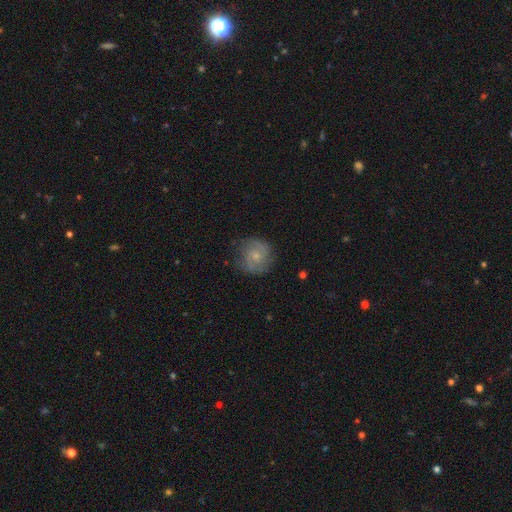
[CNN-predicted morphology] Smooth or featured?
  - featured or disk: 53% *
  - smooth: 39%
  - star or artifact: 8%
Edge-on disk?
  - no: 97% *
  - yes: 3%
Bar?
  - no: 75% *
  - weak: 21%
  - strong: 3%
Spiral arms?
  - yes: 82% *
  - no: 18%
Bulge size?
  - small: 65% *
  - moderate: 28%
  - none: 4%
  - large: 1%
  - dominant: 1%
Merging?
  - none: 75% *
  - minor disturbance: 18%
  - major disturbance: 6%
  - merger: 1%